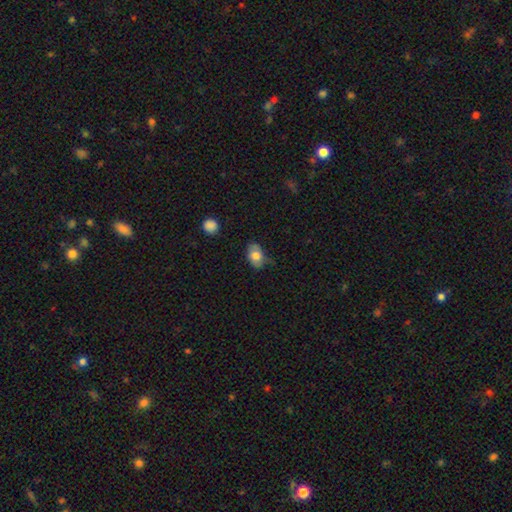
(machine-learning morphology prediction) Overall: smooth (71%). How rounded: in between (80%). Merging: none (54%; minor disturbance 34%).